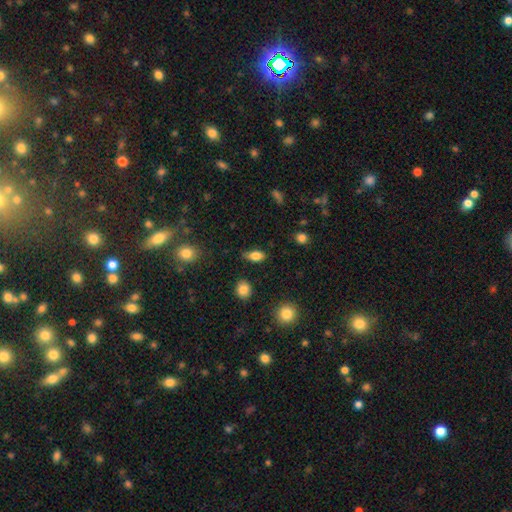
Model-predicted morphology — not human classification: A smooth galaxy with no disk features (78%) that is in between round and cigar-shaped (84%). Merging: none (74%).